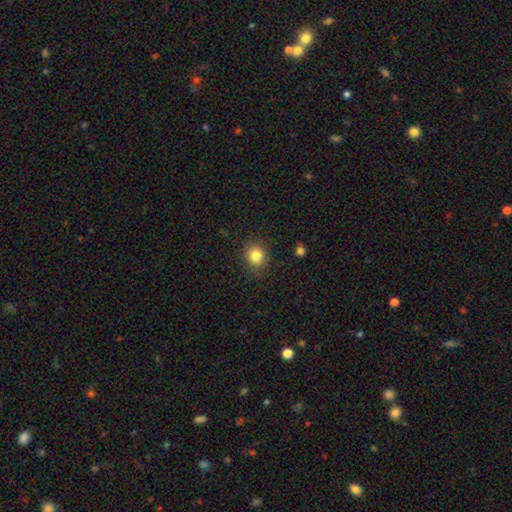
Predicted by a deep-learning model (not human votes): Smooth or featured? Predicted: smooth (p=0.83). How rounded? Predicted: round (p=0.76). Merging? Predicted: none (p=0.87).